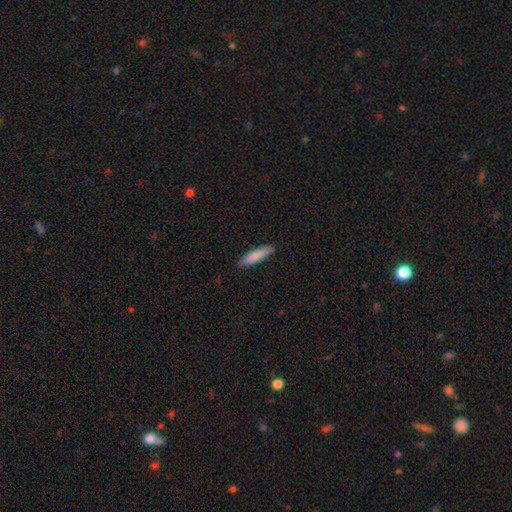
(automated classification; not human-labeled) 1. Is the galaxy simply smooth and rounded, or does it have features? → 84% smooth, 10% featured or disk, 6% star or artifact.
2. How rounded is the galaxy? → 81% cigar-shaped, 18% in between, 1% round.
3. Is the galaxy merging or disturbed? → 87% none, 10% minor disturbance, 2% major disturbance, 1% merger.